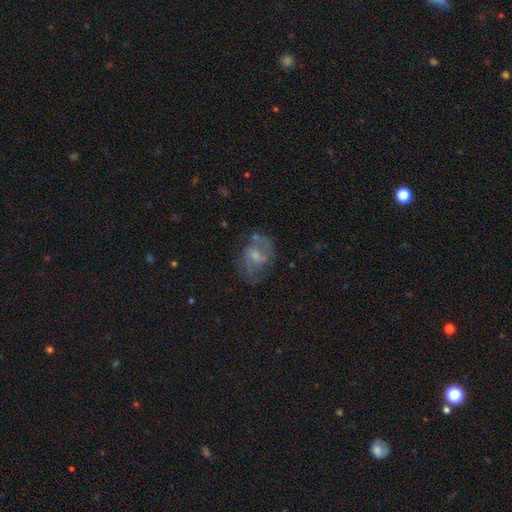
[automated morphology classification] Smooth or featured: featured or disk — 64% (smooth — 27%)
Edge-on disk: no — 97% (yes — 3%)
Bar: no — 54% (weak — 40%)
Spiral arms: yes — 78% (no — 22%)
Bulge size: small — 45% (moderate — 39%)
Merging: none — 60% (minor disturbance — 22%)